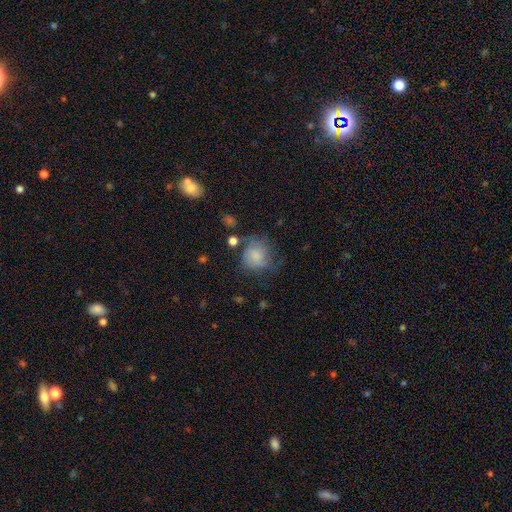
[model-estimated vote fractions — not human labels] Smooth or featured: smooth — 70% (featured or disk — 19%)
How rounded: round — 76% (in between — 23%)
Merging: none — 45% (minor disturbance — 28%)